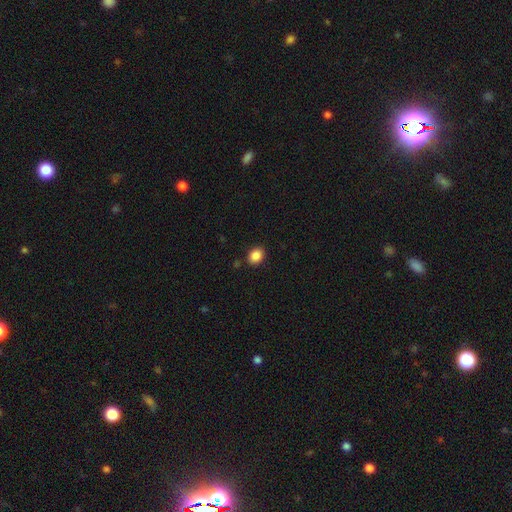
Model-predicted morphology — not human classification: smooth_or_featured: smooth (p=0.87) [alt: star or artifact p=0.09]
how_rounded: in between (p=0.51) [alt: round p=0.48]
merging: none (p=0.87) [alt: minor disturbance p=0.09]